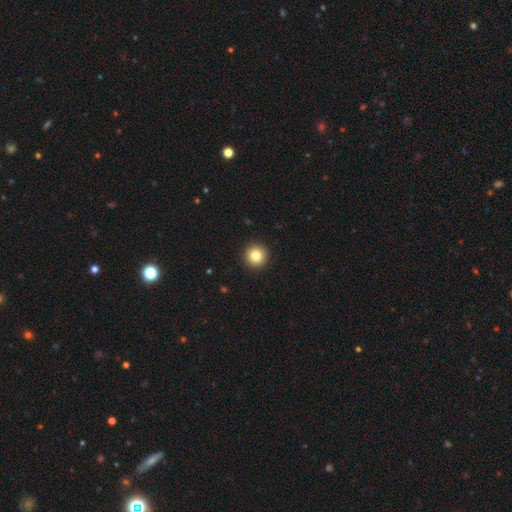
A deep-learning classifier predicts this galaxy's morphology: smooth-or-featured: smooth: 82% | star or artifact: 10% | featured or disk: 7%
  how-rounded: round: 96% | in between: 3% | cigar-shaped: 1%
  merging: none: 94% | minor disturbance: 4% | major disturbance: 1% | merger: 1%